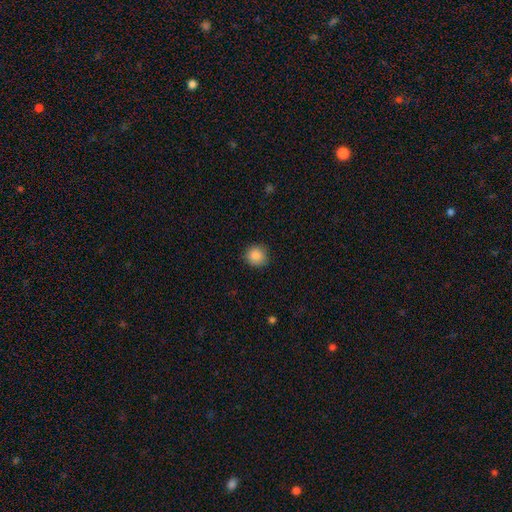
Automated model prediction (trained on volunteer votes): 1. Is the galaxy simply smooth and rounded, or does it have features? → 88% smooth, 9% star or artifact, 3% featured or disk.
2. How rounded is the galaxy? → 89% round, 11% in between, 1% cigar-shaped.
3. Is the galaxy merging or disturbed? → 86% none, 10% minor disturbance, 2% major disturbance, 1% merger.